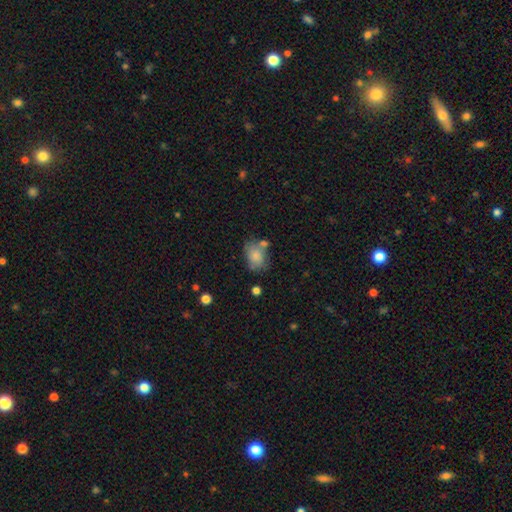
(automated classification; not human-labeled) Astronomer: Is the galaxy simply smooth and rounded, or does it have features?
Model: smooth — 78%.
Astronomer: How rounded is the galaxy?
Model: in between — 69%.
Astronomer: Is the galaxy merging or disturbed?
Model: none — 49%.